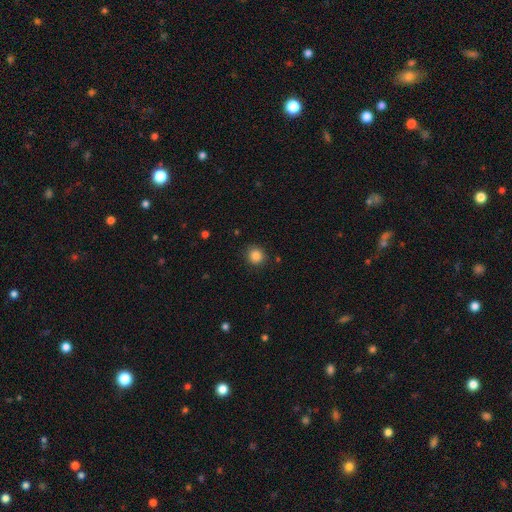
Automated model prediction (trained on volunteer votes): smooth-or-featured: smooth: 85% | star or artifact: 11% | featured or disk: 4%
  how-rounded: round: 89% | in between: 10% | cigar-shaped: 1%
  merging: none: 88% | minor disturbance: 8% | major disturbance: 3% | merger: 1%